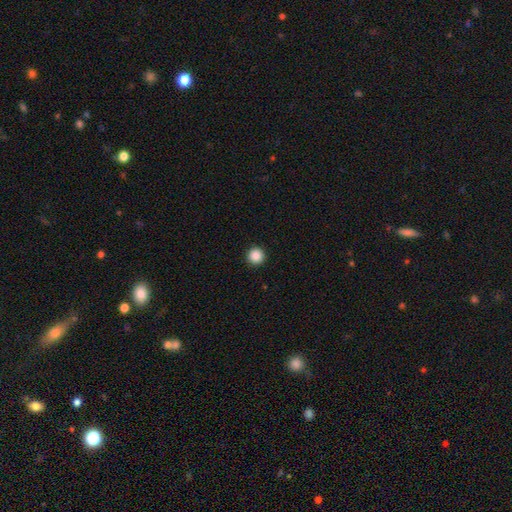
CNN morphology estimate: smooth-or-featured: smooth: 88% | star or artifact: 9% | featured or disk: 2%
  how-rounded: round: 96% | in between: 3% | cigar-shaped: 1%
  merging: none: 94% | minor disturbance: 4% | major disturbance: 1% | merger: 1%